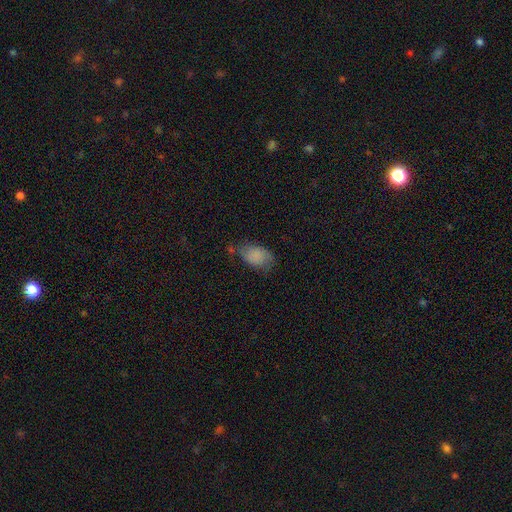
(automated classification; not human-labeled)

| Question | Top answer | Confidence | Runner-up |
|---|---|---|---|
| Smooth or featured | smooth | 80% | featured or disk (12%) |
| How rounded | in between | 89% | round (9%) |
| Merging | none | 52% | minor disturbance (33%) |